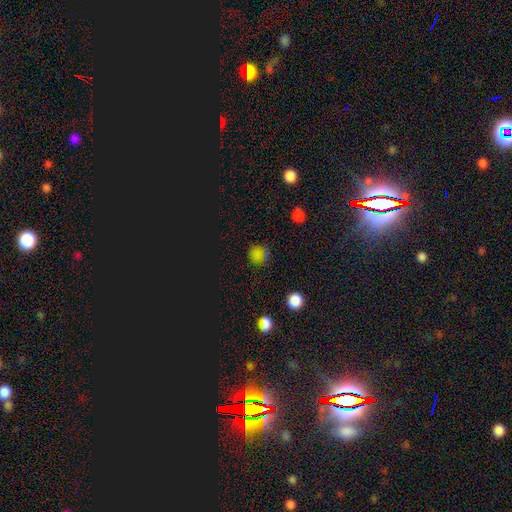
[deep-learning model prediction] A smooth galaxy with no disk features (65%) that is round (89%).

Vote fractions:
- Smooth or featured? smooth: 65% / star or artifact: 30% / featured or disk: 6%
- How rounded? round: 89% / in between: 10% / cigar-shaped: 1%
- Merging? none: 79% / minor disturbance: 14% / major disturbance: 5% / merger: 2%